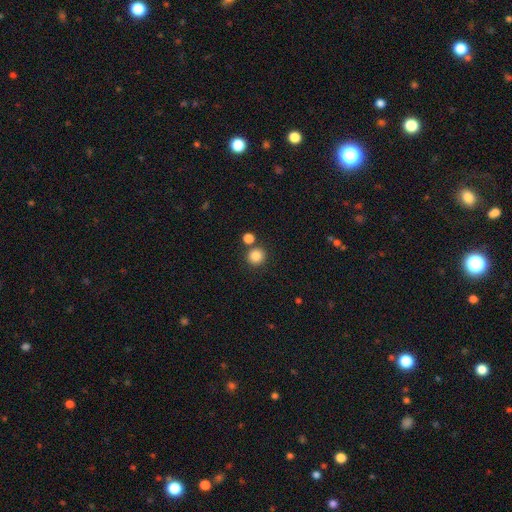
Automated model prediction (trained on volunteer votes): Smooth or featured: smooth — 85% (star or artifact — 11%)
How rounded: round — 91% (in between — 8%)
Merging: none — 77% (merger — 13%)